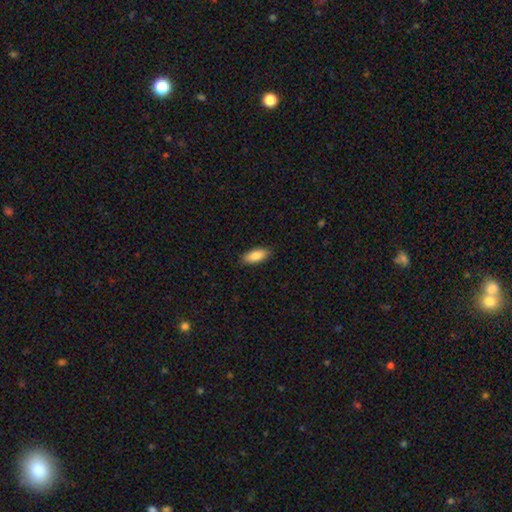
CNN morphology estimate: A smooth galaxy with no disk features (86%) that is in between round and cigar-shaped (83%).

Vote fractions:
- Smooth or featured? smooth: 86% / featured or disk: 8% / star or artifact: 6%
- How rounded? in between: 83% / cigar-shaped: 15% / round: 2%
- Merging? none: 88% / minor disturbance: 9% / major disturbance: 2% / merger: 1%